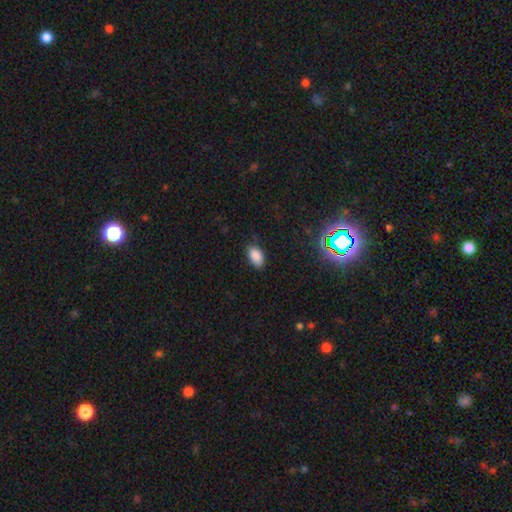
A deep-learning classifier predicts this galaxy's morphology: Overall: smooth (85%). How rounded: in between (93%). Merging: none (80%).